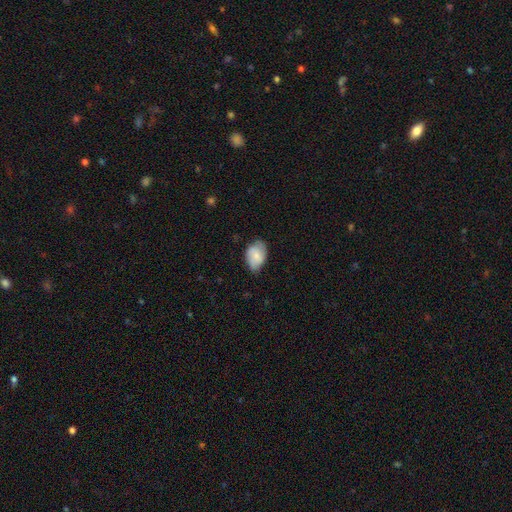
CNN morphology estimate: Smooth or featured?
  - smooth: 76% *
  - featured or disk: 18%
  - star or artifact: 7%
How rounded?
  - in between: 83% *
  - round: 16%
  - cigar-shaped: 1%
Merging?
  - none: 59% *
  - minor disturbance: 34%
  - major disturbance: 6%
  - merger: 1%